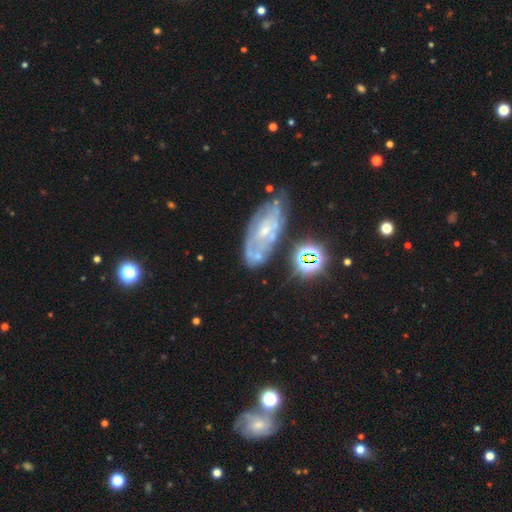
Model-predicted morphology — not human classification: smooth_or_featured: featured or disk (p=0.64) [alt: smooth p=0.22]
disk_edge_on: no (p=0.92) [alt: yes p=0.08]
bar: no (p=0.64) [alt: weak p=0.28]
has_spiral_arms: yes (p=0.58) [alt: no p=0.42]
bulge_size: small (p=0.59) [alt: moderate p=0.28]
merging: none (p=0.49) [alt: minor disturbance p=0.24]